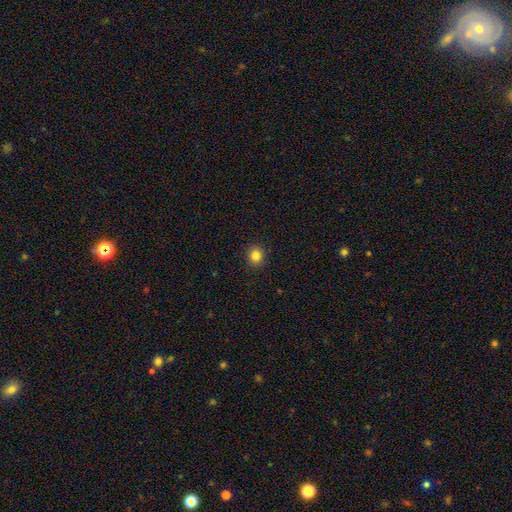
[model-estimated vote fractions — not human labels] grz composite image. It shows a smooth galaxy with no disk features (84%) that is round (86%). Merging: none (91%).